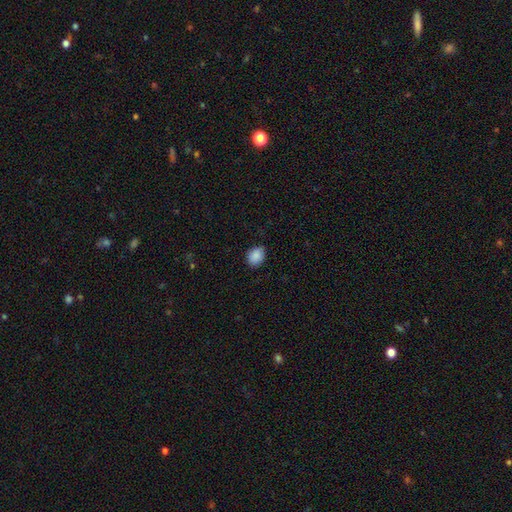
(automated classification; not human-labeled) A smooth galaxy with no disk features (89%) that is in between round and cigar-shaped (54%).

Vote fractions:
- Smooth or featured? smooth: 89% / star or artifact: 8% / featured or disk: 3%
- How rounded? in between: 54% / round: 45% / cigar-shaped: 1%
- Merging? none: 81% / minor disturbance: 16% / major disturbance: 3% / merger: 1%